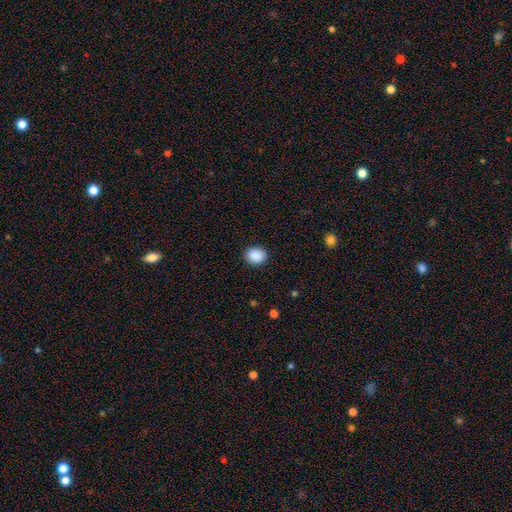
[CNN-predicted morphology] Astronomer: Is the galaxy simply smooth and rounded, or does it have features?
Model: smooth — 90%.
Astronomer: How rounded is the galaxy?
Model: round — 57% (runner-up: in between, 42%).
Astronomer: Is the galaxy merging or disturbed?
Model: none — 90%.